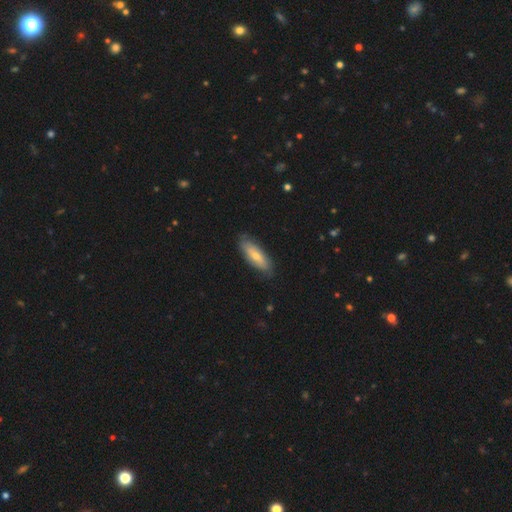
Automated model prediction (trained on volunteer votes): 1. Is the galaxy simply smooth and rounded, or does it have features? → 64% smooth, 31% featured or disk, 5% star or artifact.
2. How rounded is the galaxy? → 63% in between, 35% cigar-shaped, 2% round.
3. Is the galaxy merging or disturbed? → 80% none, 16% minor disturbance, 3% major disturbance, 1% merger.